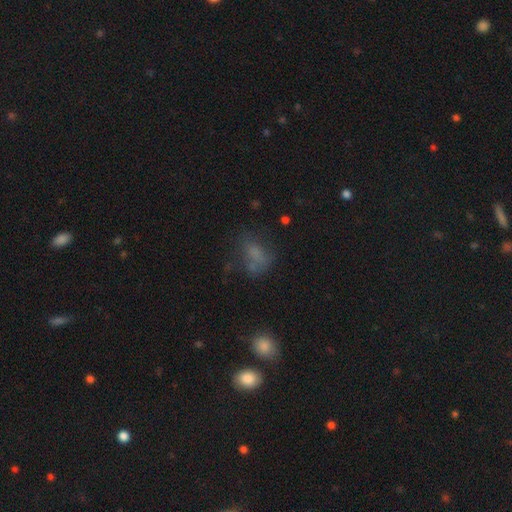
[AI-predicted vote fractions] Smooth or featured? smooth (63%)
How rounded? in between (73%)
Merging? none (44%)